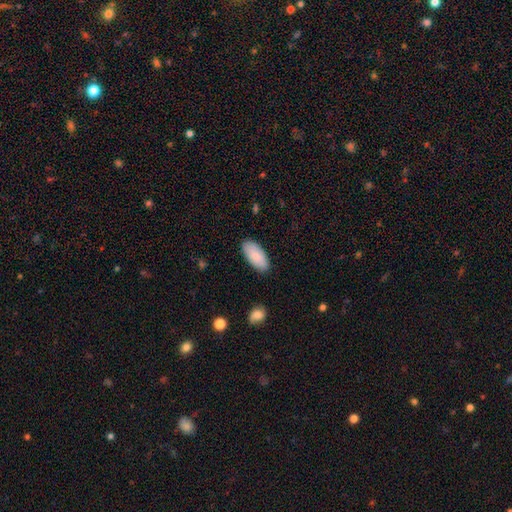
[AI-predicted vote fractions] Q: Smooth or featured?
A: smooth (87%); runner-up: featured or disk (8%)
Q: How rounded?
A: in between (91%); runner-up: cigar-shaped (7%)
Q: Merging?
A: none (87%); runner-up: minor disturbance (10%)